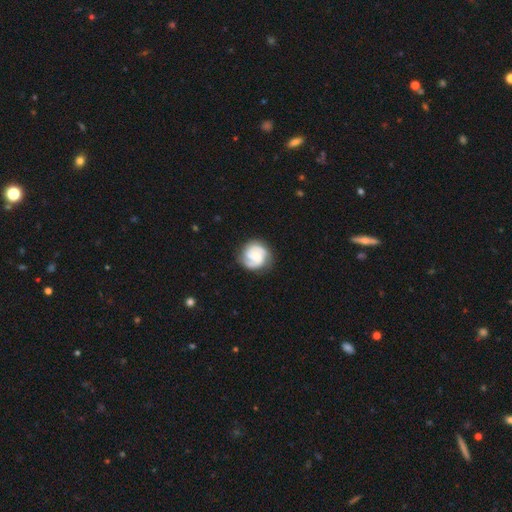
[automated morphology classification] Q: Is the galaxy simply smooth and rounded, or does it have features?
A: featured or disk — 75%.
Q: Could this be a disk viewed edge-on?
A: no — 98%.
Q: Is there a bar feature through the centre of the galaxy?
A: no — 63%.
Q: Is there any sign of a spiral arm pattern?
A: yes — 95%.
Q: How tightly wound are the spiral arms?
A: tight — 53%.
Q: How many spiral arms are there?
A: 2 — 55%.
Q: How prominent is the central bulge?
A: small — 49%.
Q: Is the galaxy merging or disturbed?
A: none — 77%.